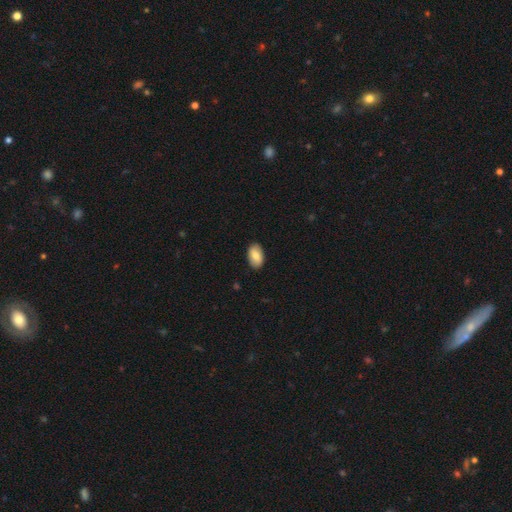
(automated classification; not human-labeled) A smooth galaxy with no disk features (76%) that is in between round and cigar-shaped (93%). Merging: none (88%).